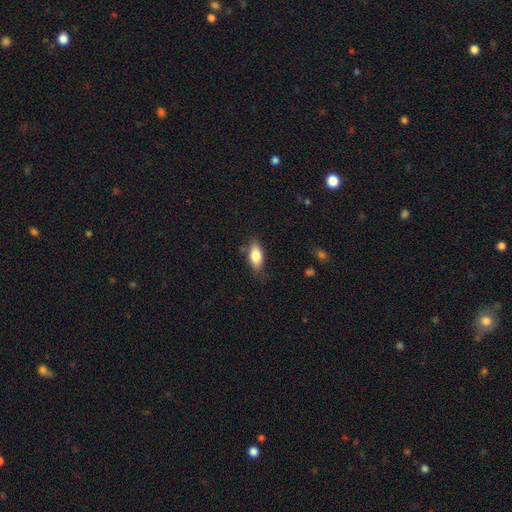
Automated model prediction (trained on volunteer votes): Q: Smooth or featured?
A: smooth (79%); runner-up: featured or disk (14%)
Q: How rounded?
A: in between (83%); runner-up: cigar-shaped (13%)
Q: Merging?
A: none (77%); runner-up: minor disturbance (17%)